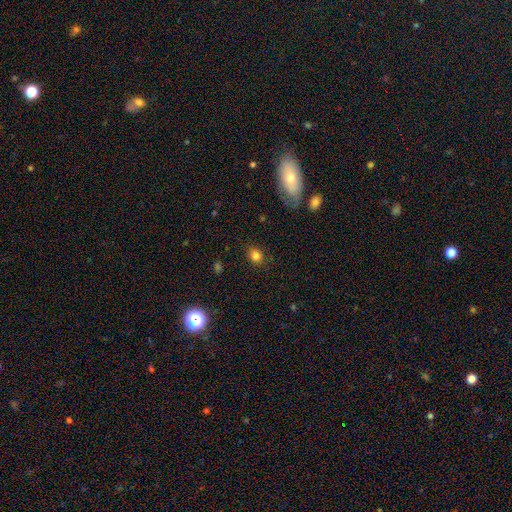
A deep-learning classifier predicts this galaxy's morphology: Smooth or featured? smooth (82%)
How rounded? round (71%)
Merging? none (86%)